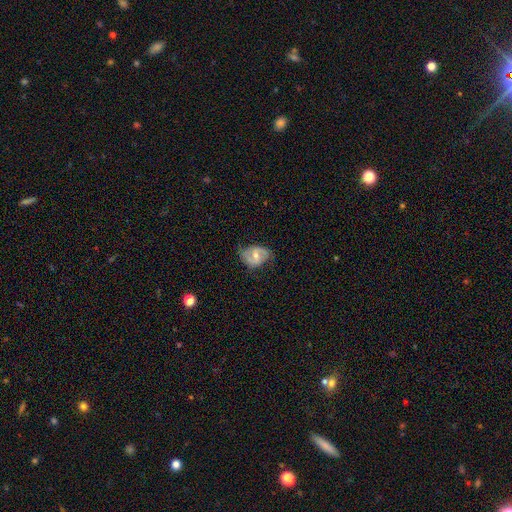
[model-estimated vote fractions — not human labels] Q: Smooth or featured?
A: featured or disk (62%); runner-up: smooth (32%)
Q: Edge-on disk?
A: no (96%); runner-up: yes (4%)
Q: Bar?
A: weak (51%); runner-up: strong (25%)
Q: Spiral arms?
A: yes (78%); runner-up: no (22%)
Q: Bulge size?
A: moderate (58%); runner-up: small (36%)
Q: Merging?
A: none (64%); runner-up: minor disturbance (26%)